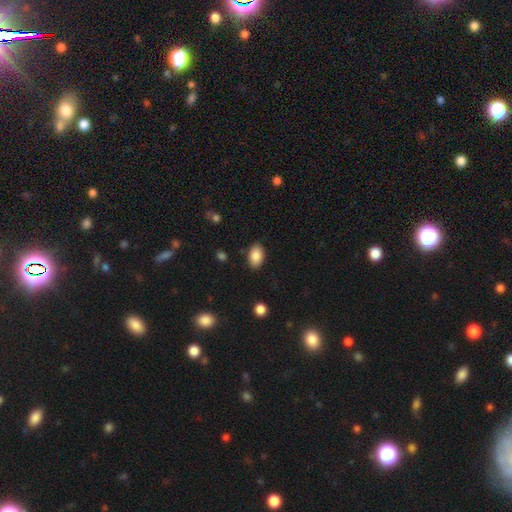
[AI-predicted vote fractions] This appears to be a smooth galaxy with no disk features (88%) that is in between round and cigar-shaped (91%). Merging: none (87%).